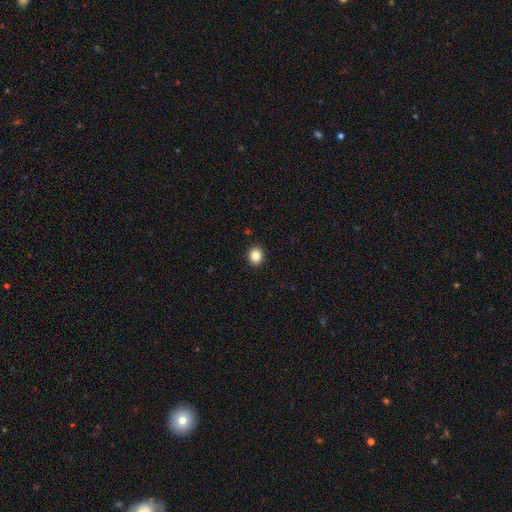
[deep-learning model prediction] Smooth or featured: smooth — 86% (star or artifact — 10%)
How rounded: round — 73% (in between — 26%)
Merging: none — 92% (minor disturbance — 5%)